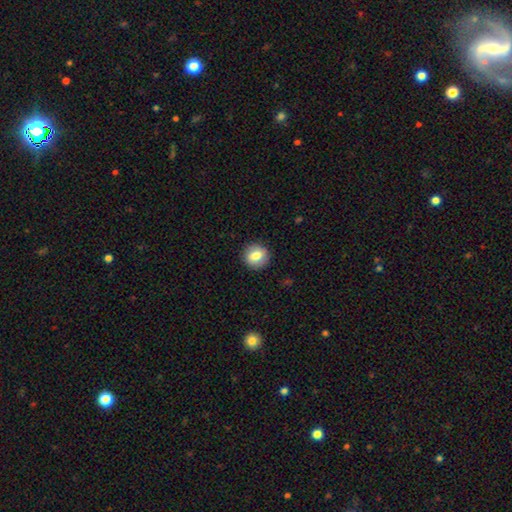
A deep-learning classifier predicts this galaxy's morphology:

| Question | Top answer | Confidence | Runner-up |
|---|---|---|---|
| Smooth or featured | smooth | 78% | featured or disk (14%) |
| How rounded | round | 85% | in between (14%) |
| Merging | none | 89% | minor disturbance (8%) |